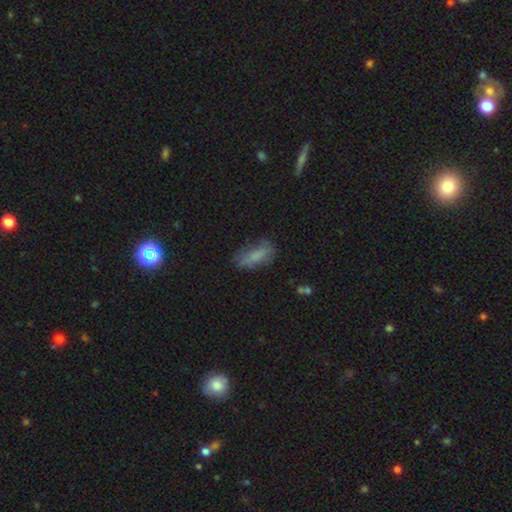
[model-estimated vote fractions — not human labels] Smooth or featured? smooth (71%)
How rounded? in between (65%)
Merging? none (61%)